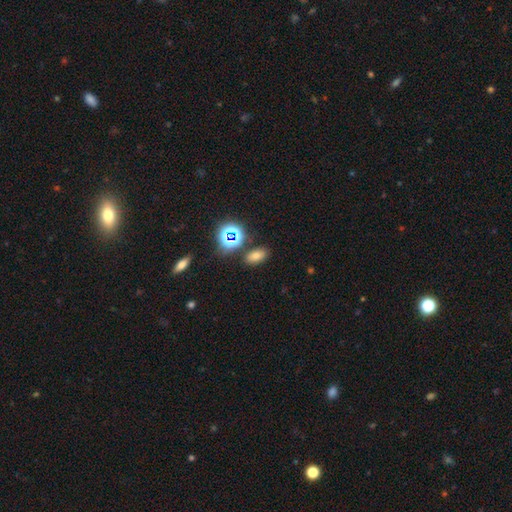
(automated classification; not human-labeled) A smooth galaxy with no disk features (64%) that is in between round and cigar-shaped (83%).

Vote fractions:
- Smooth or featured? smooth: 64% / star or artifact: 26% / featured or disk: 10%
- How rounded? in between: 83% / round: 14% / cigar-shaped: 3%
- Merging? none: 82% / minor disturbance: 10% / merger: 5% / major disturbance: 3%